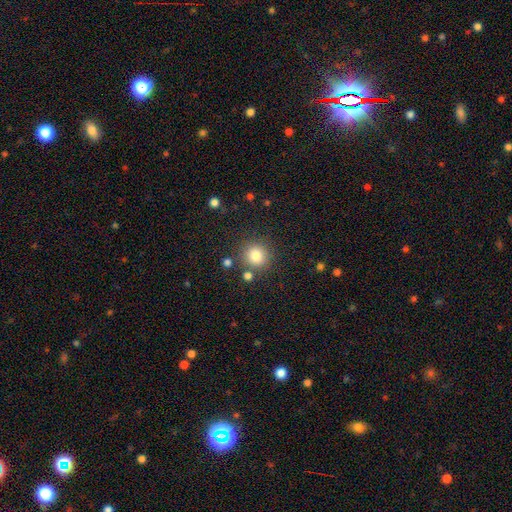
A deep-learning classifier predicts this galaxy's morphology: Smooth or featured?
  - smooth: 82% *
  - star or artifact: 12%
  - featured or disk: 7%
How rounded?
  - round: 89% *
  - in between: 10%
  - cigar-shaped: 1%
Merging?
  - none: 80% *
  - minor disturbance: 9%
  - merger: 7%
  - major disturbance: 3%